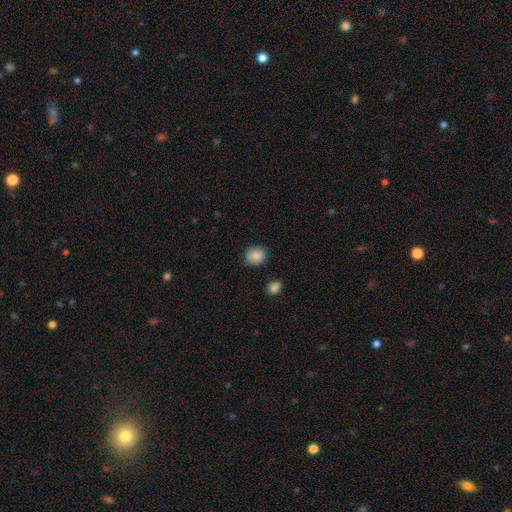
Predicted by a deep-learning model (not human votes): The model was most divided on "how rounded": round: 75%, in between: 24%, cigar-shaped: 1%. More confident: smooth or featured — smooth (87%); merging — none (85%).